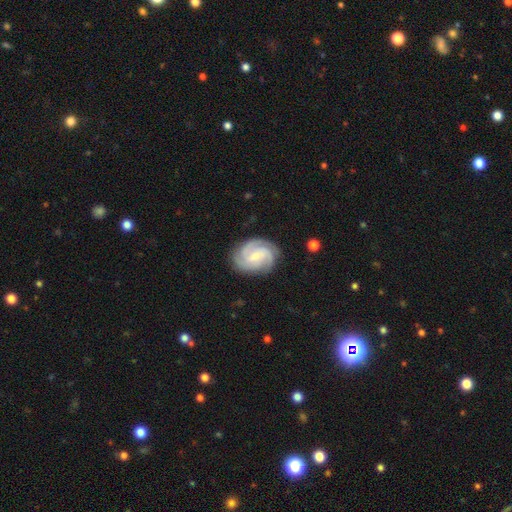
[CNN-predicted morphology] Overall: featured or disk (84%). Edge-on disk: no (98%). Bar: weak (51%; no 36%). Spiral arms: yes (97%). Spiral arm count: 3 (49%; 4 18%). Spiral winding: tight (54%; medium 38%). Bulge size: small (57%; moderate 35%). Merging: none (80%).